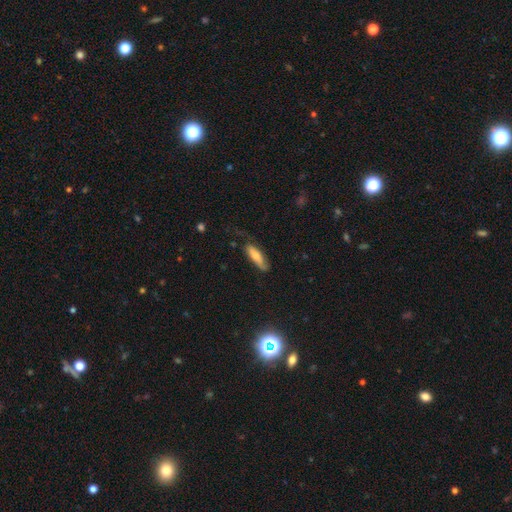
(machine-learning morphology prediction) smooth-or-featured: smooth: 67% | featured or disk: 26% | star or artifact: 7%
  how-rounded: cigar-shaped: 51% | in between: 47% | round: 2%
  merging: none: 60% | minor disturbance: 28% | major disturbance: 11% | merger: 2%